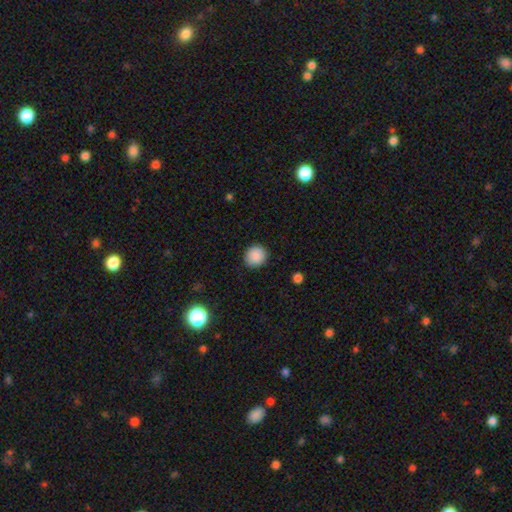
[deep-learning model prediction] Smooth or featured? smooth (89%)
How rounded? round (91%)
Merging? none (89%)